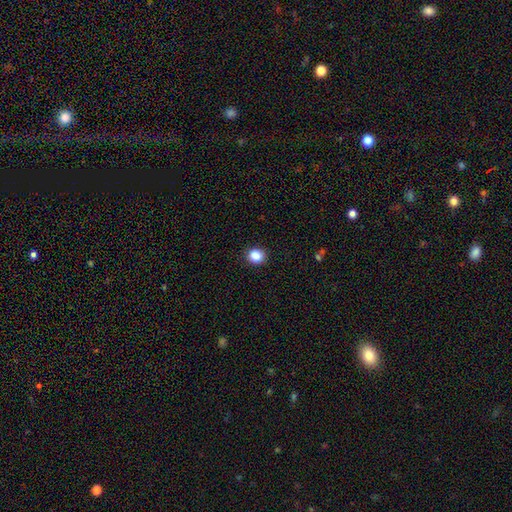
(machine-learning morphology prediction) Smooth or featured?
  - smooth: 87% *
  - star or artifact: 10%
  - featured or disk: 3%
How rounded?
  - round: 75% *
  - in between: 24%
  - cigar-shaped: 1%
Merging?
  - none: 91% *
  - minor disturbance: 6%
  - major disturbance: 2%
  - merger: 1%